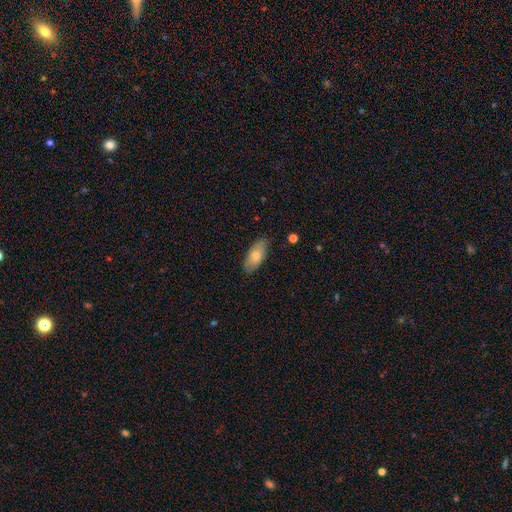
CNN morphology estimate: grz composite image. It shows a smooth galaxy with no disk features (75%) that is in between round and cigar-shaped (86%). Merging: none (81%).